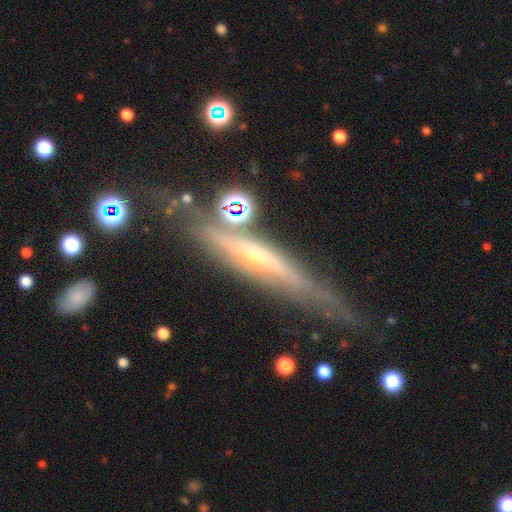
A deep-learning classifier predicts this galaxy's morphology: This appears to be a featured or disk galaxy (74%) viewed edge-on (87%) with a rounded central bulge (62%). Merging: none (64%).